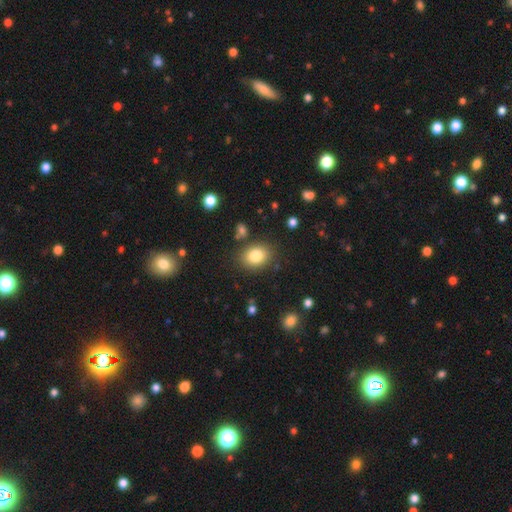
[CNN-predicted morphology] The model was most divided on "how rounded": in between: 61%, round: 38%, cigar-shaped: 1%. More confident: merging — none (83%); smooth or featured — smooth (82%).